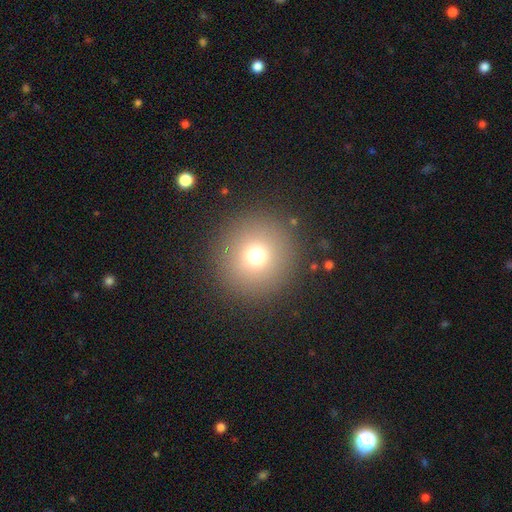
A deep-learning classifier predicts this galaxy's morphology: Smooth or featured? Predicted: smooth (p=0.73). How rounded? Predicted: round (p=0.96). Merging? Predicted: none (p=0.90).